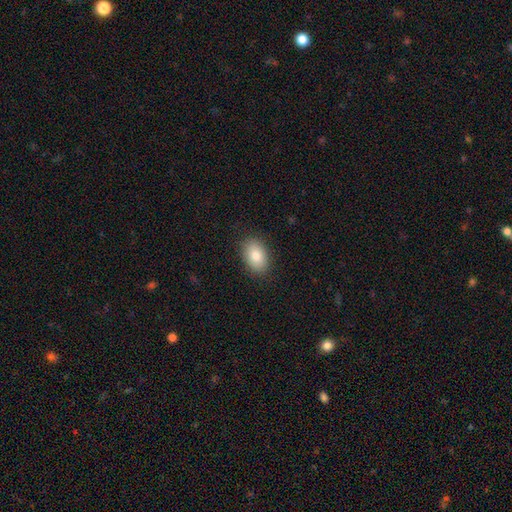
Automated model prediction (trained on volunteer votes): A smooth galaxy with no disk features (84%) that is in between round and cigar-shaped (87%). Merging: none (88%).